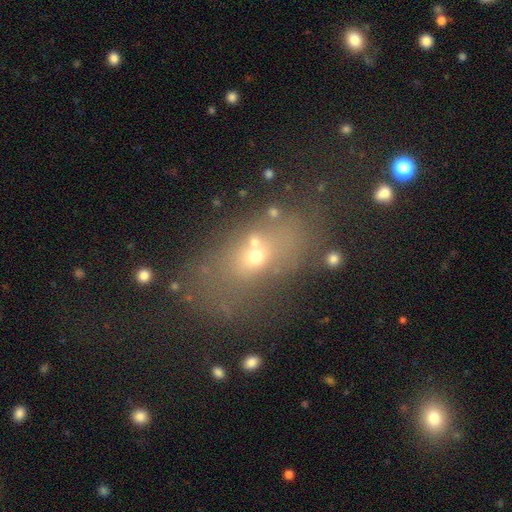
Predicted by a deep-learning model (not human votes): Smooth or featured? smooth (49%)
Merging? none (45%)